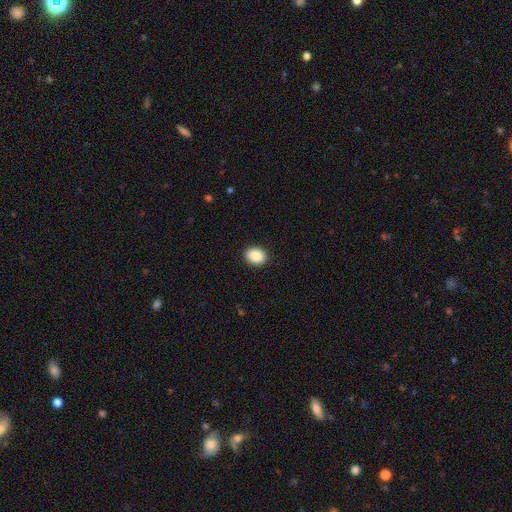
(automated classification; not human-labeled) Smooth or featured? smooth (89%)
How rounded? in between (61%)
Merging? none (91%)